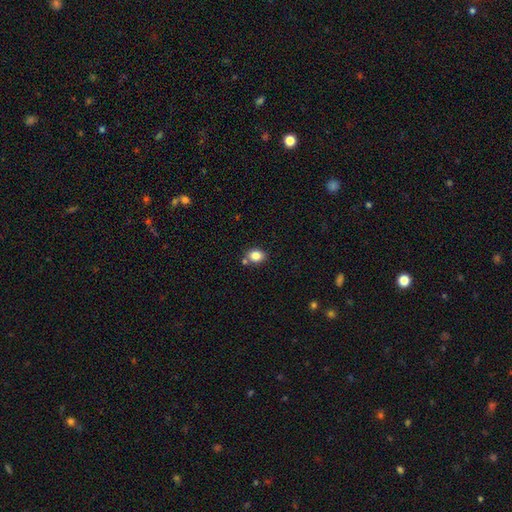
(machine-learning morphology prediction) type=smooth (84%); roundness=in between (55%); merging=none (73%).